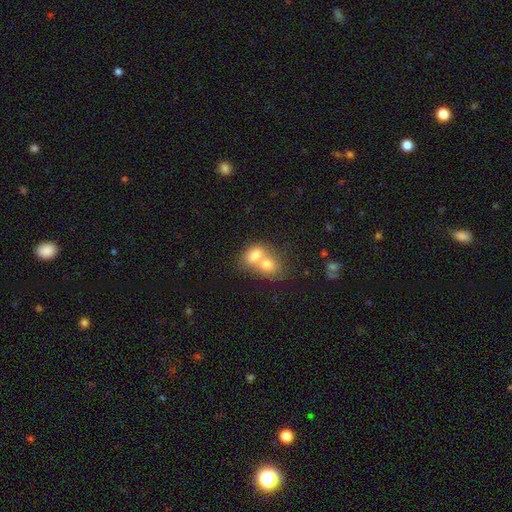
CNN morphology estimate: This is likely a smooth galaxy (72%). How rounded: likely in between (62%). Merging: likely merger (74%).